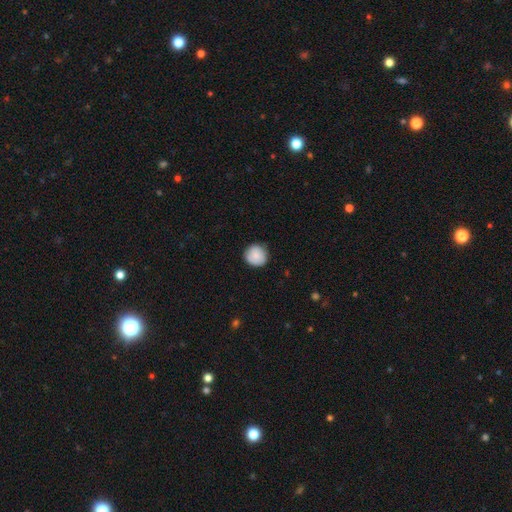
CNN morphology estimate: smooth 86%, star or artifact 7%, featured or disk 7%. Down the decision tree: how rounded — round (93%); merging — none (85%).